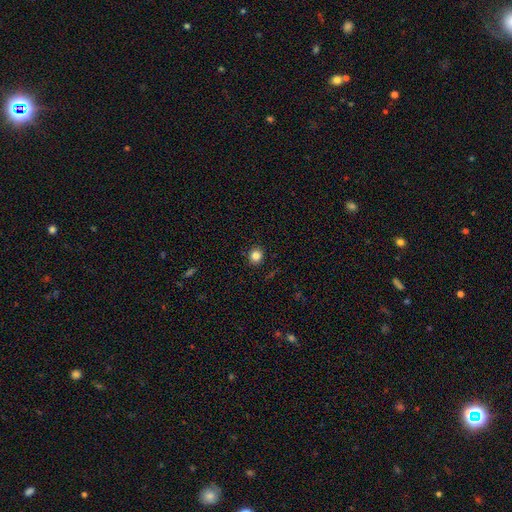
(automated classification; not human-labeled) This is clearly a smooth galaxy (83%). How rounded: clearly round (82%). Merging: clearly none (90%).